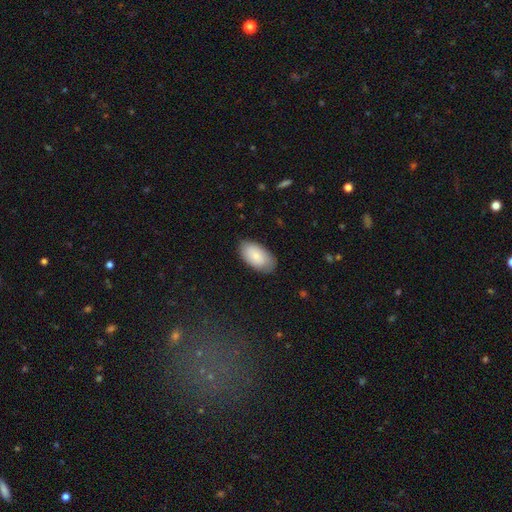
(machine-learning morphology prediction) Smooth or featured?
  - smooth: 78% *
  - featured or disk: 16%
  - star or artifact: 6%
How rounded?
  - in between: 95% *
  - round: 3%
  - cigar-shaped: 2%
Merging?
  - none: 79% *
  - minor disturbance: 17%
  - major disturbance: 3%
  - merger: 1%